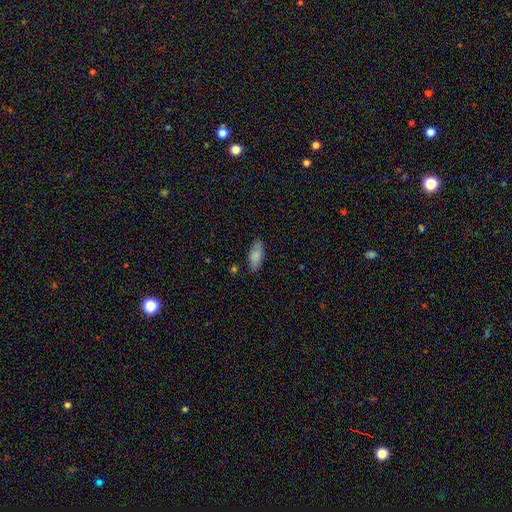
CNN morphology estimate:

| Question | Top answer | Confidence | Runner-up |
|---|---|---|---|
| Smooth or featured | smooth | 84% | featured or disk (9%) |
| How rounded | in between | 85% | cigar-shaped (13%) |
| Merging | none | 83% | minor disturbance (13%) |